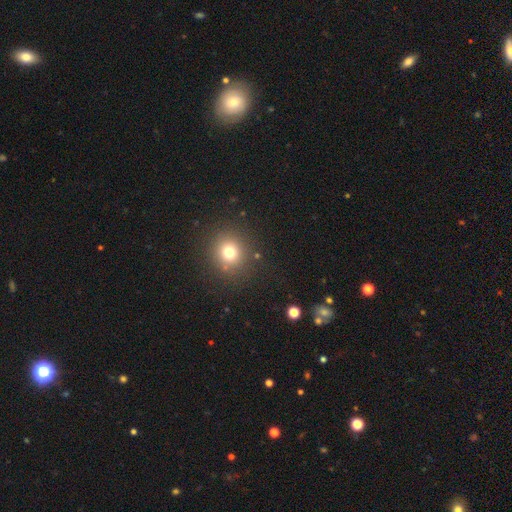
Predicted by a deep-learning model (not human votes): A smooth galaxy with no disk features (59%) that is round (91%). Merging: none (91%).